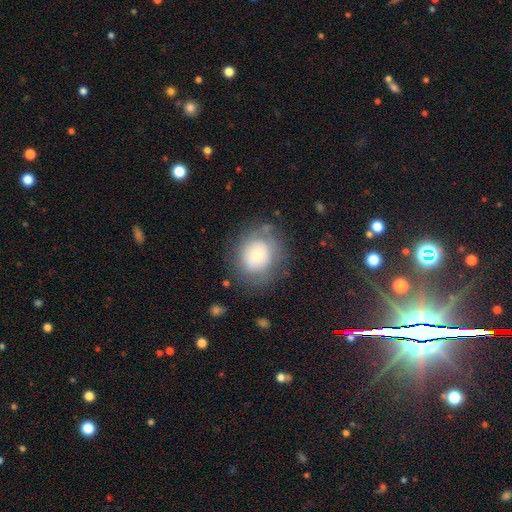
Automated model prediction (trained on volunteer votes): Morphology: type=smooth (65%); roundness=round (70%); merging=none (68%).